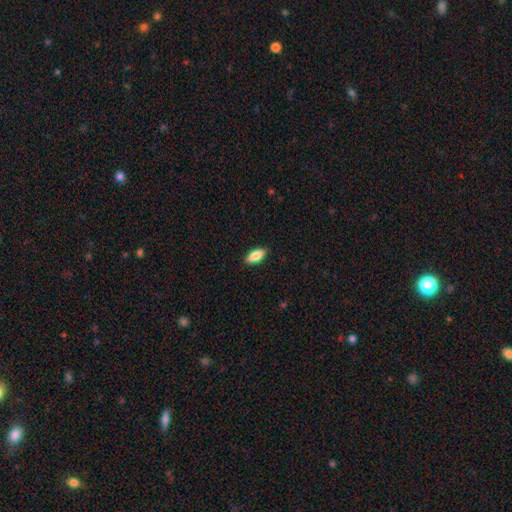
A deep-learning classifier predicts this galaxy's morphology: smooth-or-featured: smooth: 85% | featured or disk: 9% | star or artifact: 6%
  how-rounded: in between: 83% | cigar-shaped: 14% | round: 2%
  merging: none: 89% | minor disturbance: 8% | major disturbance: 2% | merger: 1%